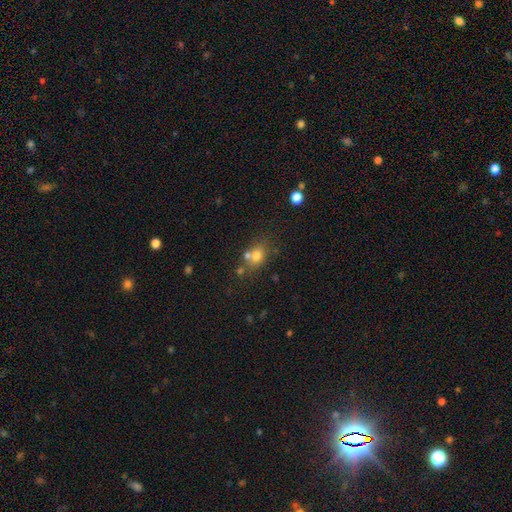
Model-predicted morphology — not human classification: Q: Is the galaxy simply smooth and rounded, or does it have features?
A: smooth — 72%.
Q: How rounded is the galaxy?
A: round — 50%.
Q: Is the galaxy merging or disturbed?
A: none — 52%.